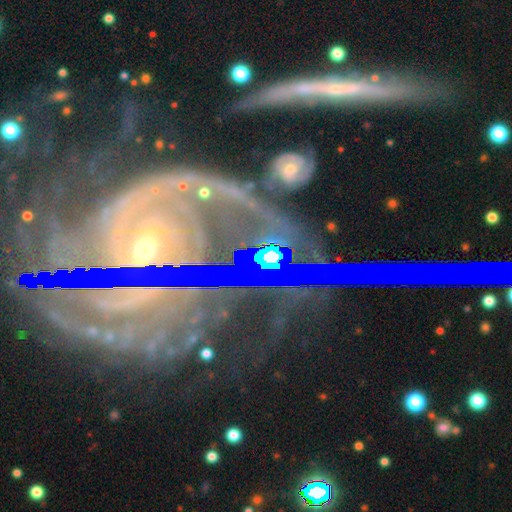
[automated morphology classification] featured or disk 47%, star or artifact 41%, smooth 12%. Down the decision tree: merging — none (64%).